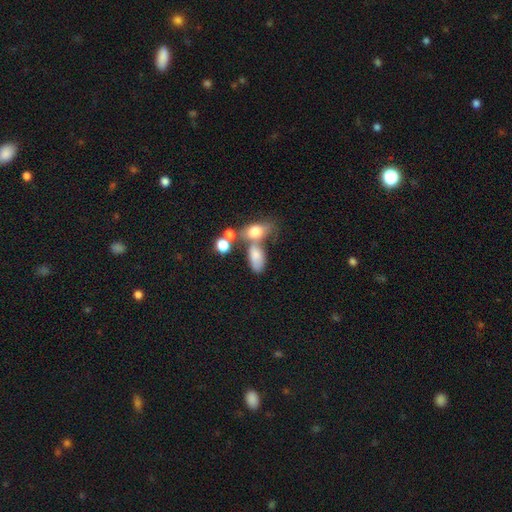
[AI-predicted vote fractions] Smooth or featured? Predicted: smooth (p=0.73). How rounded? Predicted: in between (p=0.85). Merging? Predicted: merger (p=0.48).